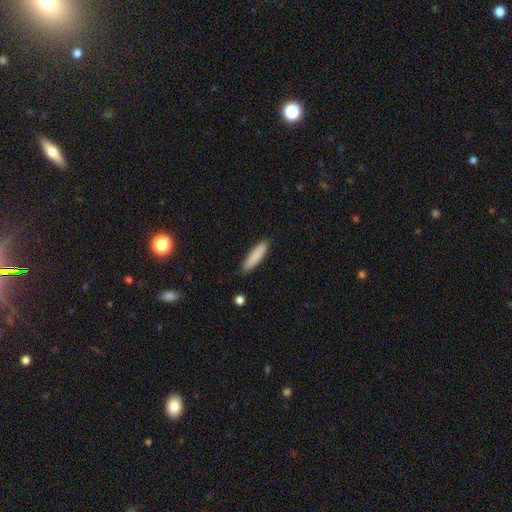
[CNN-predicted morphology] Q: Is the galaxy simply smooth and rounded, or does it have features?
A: smooth — 85%.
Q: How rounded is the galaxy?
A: cigar-shaped — 77%.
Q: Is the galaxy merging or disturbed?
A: none — 88%.